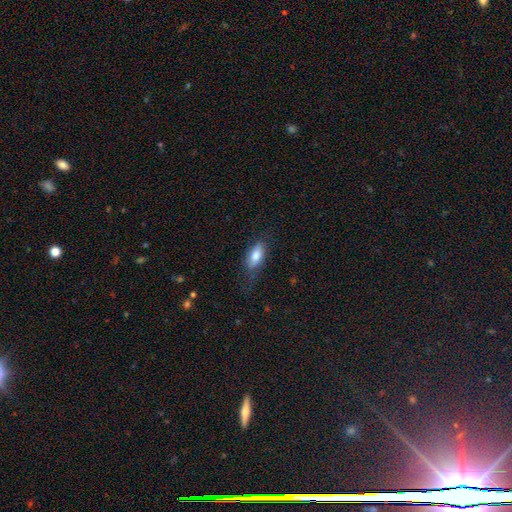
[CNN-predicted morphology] This appears to be a smooth galaxy with no disk features (77%) that is in between round and cigar-shaped (82%). Merging: none (65%).